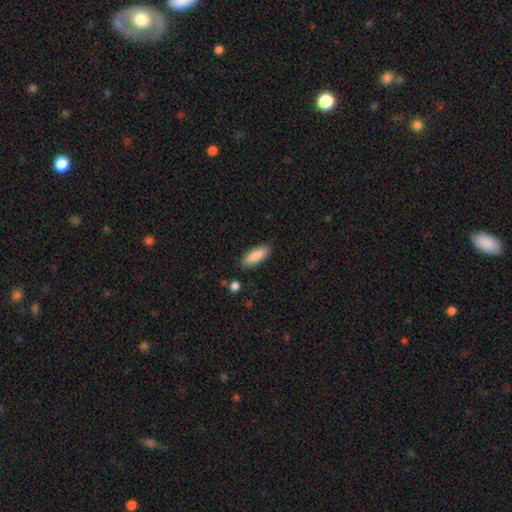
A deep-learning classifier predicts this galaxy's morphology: Smooth or featured?
  - smooth: 88% *
  - star or artifact: 6%
  - featured or disk: 5%
How rounded?
  - in between: 71% *
  - cigar-shaped: 28%
  - round: 2%
Merging?
  - none: 86% *
  - minor disturbance: 10%
  - major disturbance: 2%
  - merger: 2%